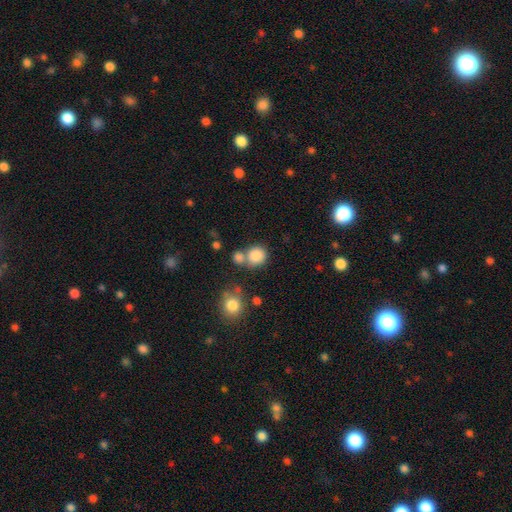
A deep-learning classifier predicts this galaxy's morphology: This appears to be a smooth galaxy with no disk features (85%) that is round (84%). Merging: none (55%).